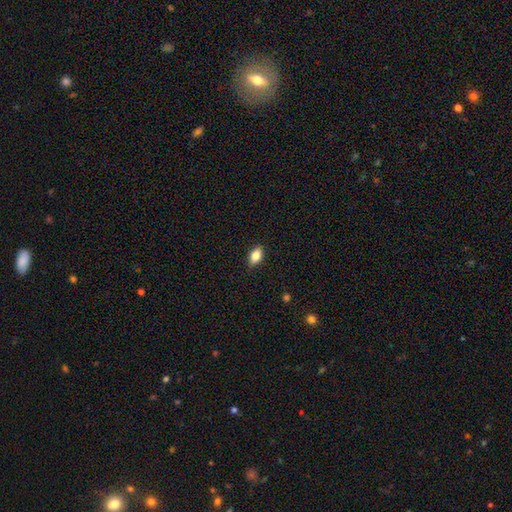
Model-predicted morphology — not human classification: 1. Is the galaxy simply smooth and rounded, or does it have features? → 83% smooth, 9% featured or disk, 8% star or artifact.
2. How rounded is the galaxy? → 88% in between, 8% round, 4% cigar-shaped.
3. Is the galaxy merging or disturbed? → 87% none, 10% minor disturbance, 2% major disturbance, 1% merger.